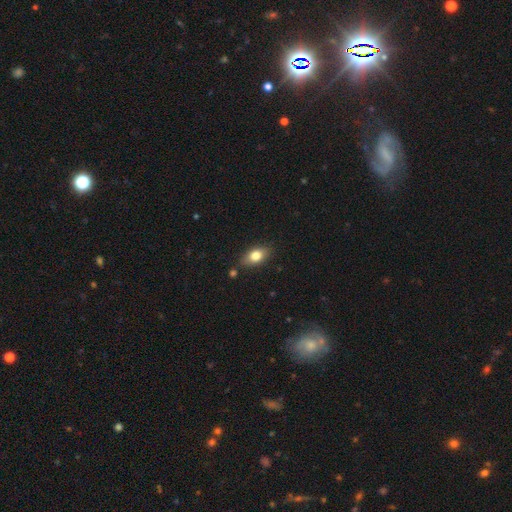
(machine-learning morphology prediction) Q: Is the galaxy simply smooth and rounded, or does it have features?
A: smooth — 79%.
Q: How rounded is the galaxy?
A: in between — 85%.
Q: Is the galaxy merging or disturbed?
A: none — 80%.